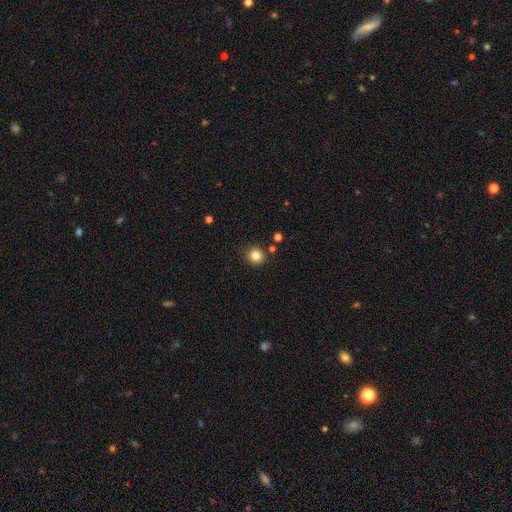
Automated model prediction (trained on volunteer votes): Smooth or featured: smooth — 83% (star or artifact — 12%)
How rounded: round — 91% (in between — 8%)
Merging: none — 87% (minor disturbance — 7%)